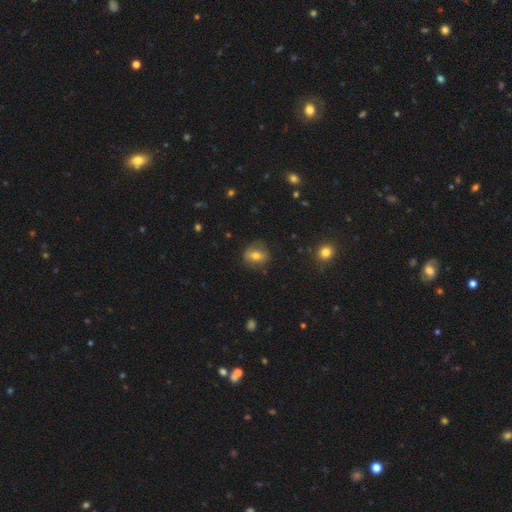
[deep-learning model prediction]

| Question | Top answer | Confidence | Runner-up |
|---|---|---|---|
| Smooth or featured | smooth | 62% | featured or disk (27%) |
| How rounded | round | 57% | in between (41%) |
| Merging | none | 76% | minor disturbance (17%) |